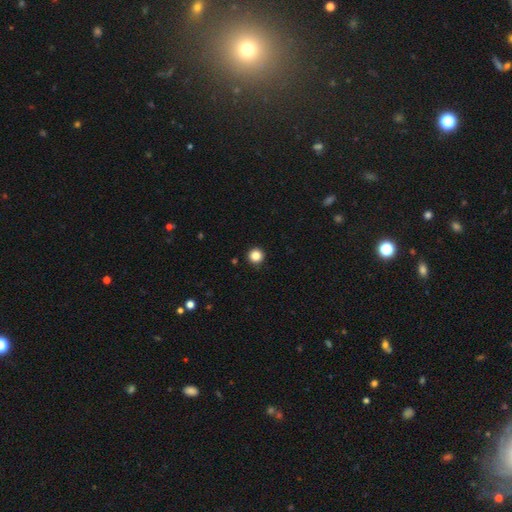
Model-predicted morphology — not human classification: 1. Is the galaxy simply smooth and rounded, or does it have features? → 85% smooth, 11% star or artifact, 4% featured or disk.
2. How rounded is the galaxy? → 96% round, 3% in between, 1% cigar-shaped.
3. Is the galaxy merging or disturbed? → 94% none, 4% minor disturbance, 1% major disturbance, 1% merger.